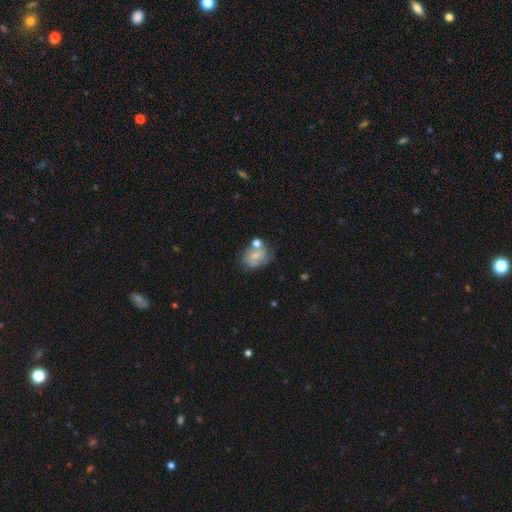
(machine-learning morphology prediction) smooth_or_featured: smooth (p=0.52) [alt: featured or disk p=0.37]
how_rounded: round (p=0.54) [alt: in between p=0.44]
merging: none (p=0.47) [alt: merger p=0.22]